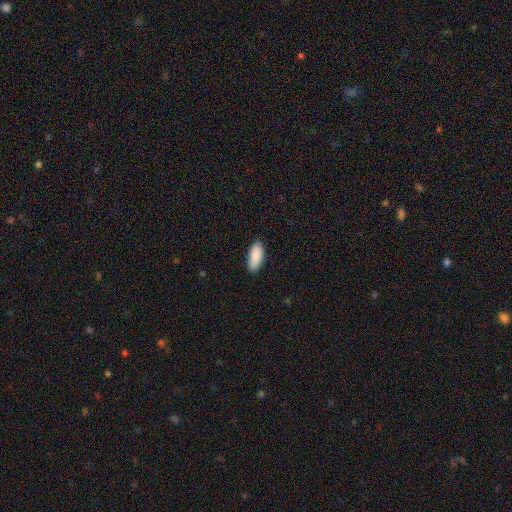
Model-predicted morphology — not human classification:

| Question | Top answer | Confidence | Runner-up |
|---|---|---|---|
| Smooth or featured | smooth | 89% | featured or disk (6%) |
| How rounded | in between | 82% | cigar-shaped (16%) |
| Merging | none | 84% | minor disturbance (12%) |